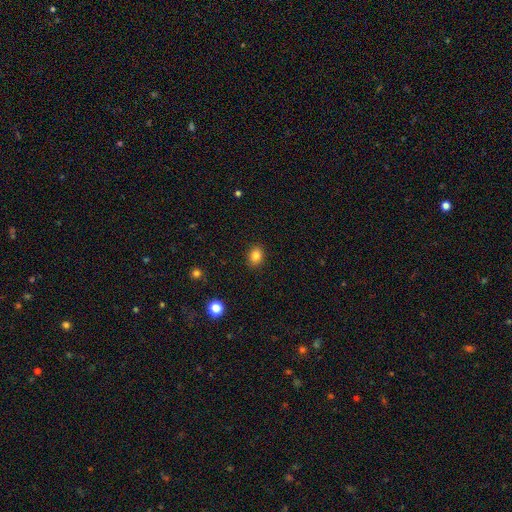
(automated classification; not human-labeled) A smooth galaxy with no disk features (84%) that is in between round and cigar-shaped (53%). Merging: none (89%).